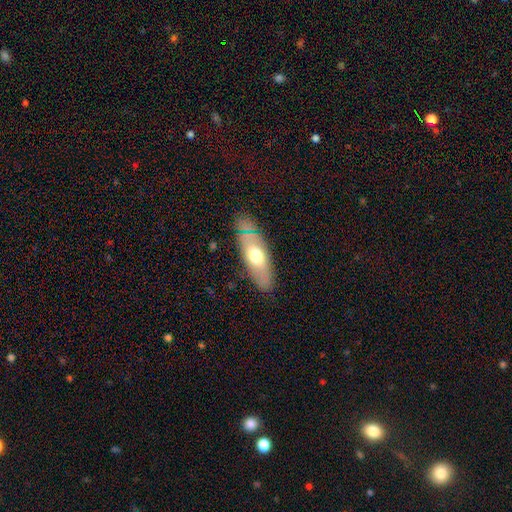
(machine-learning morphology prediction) This appears to be a smooth galaxy with no disk features (60%) that is in between round and cigar-shaped (70%). Merging: none (84%).